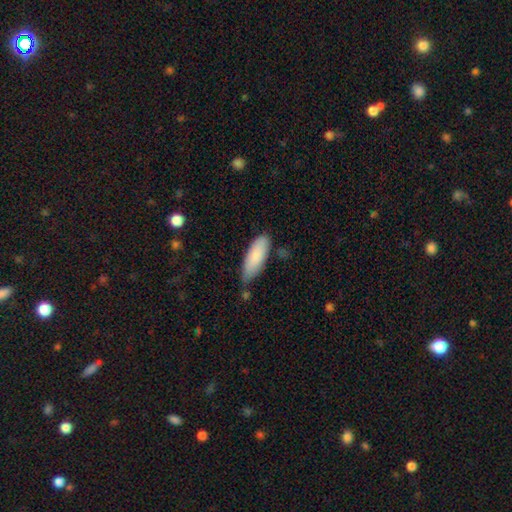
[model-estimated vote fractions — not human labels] smooth_or_featured: smooth (p=0.87) [alt: featured or disk p=0.07]
how_rounded: in between (p=0.67) [alt: cigar-shaped p=0.32]
merging: none (p=0.65) [alt: minor disturbance p=0.27]